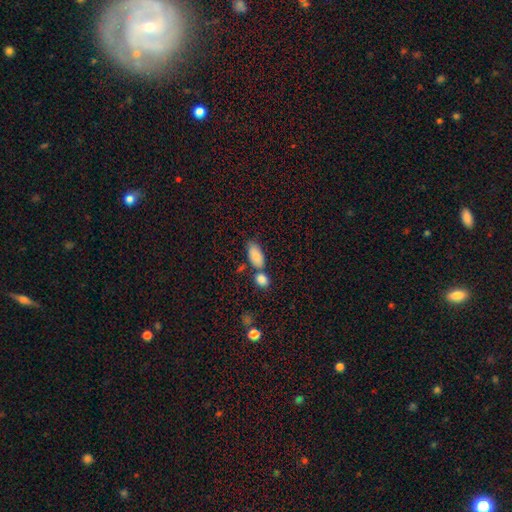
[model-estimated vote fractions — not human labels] Smooth or featured?
  - smooth: 84% *
  - featured or disk: 8%
  - star or artifact: 7%
How rounded?
  - in between: 88% *
  - cigar-shaped: 8%
  - round: 4%
Merging?
  - none: 54% *
  - merger: 27%
  - minor disturbance: 15%
  - major disturbance: 5%